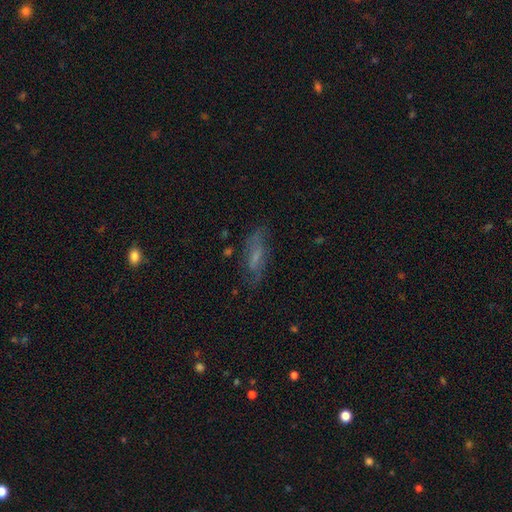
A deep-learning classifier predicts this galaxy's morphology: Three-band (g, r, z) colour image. It shows a featured or disk galaxy (48%). Merging: none (66%).